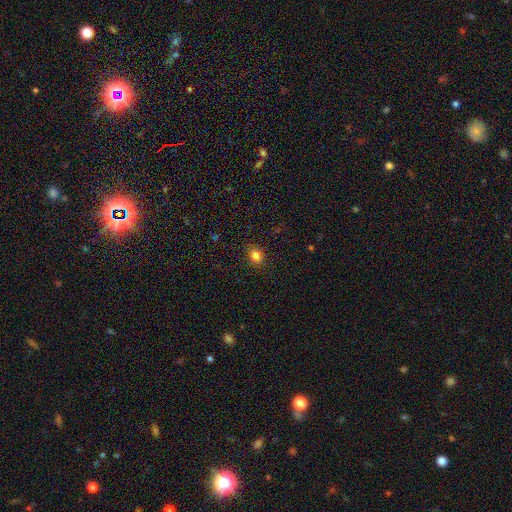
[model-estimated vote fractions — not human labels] This appears to be a smooth galaxy with no disk features (82%) that is round (68%). Merging: none (88%).